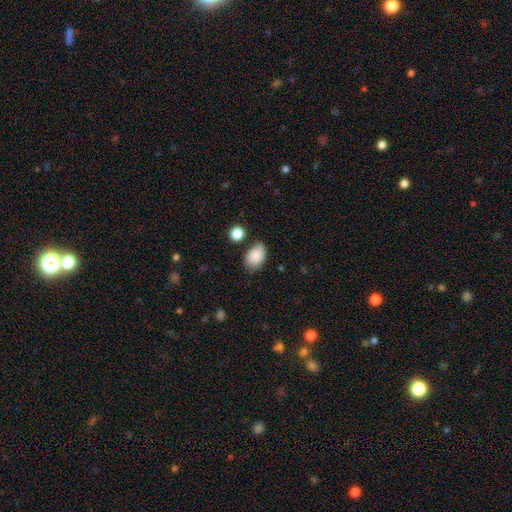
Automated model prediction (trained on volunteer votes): Smooth or featured: smooth — 86% (star or artifact — 8%)
How rounded: in between — 84% (round — 15%)
Merging: none — 65% (minor disturbance — 25%)